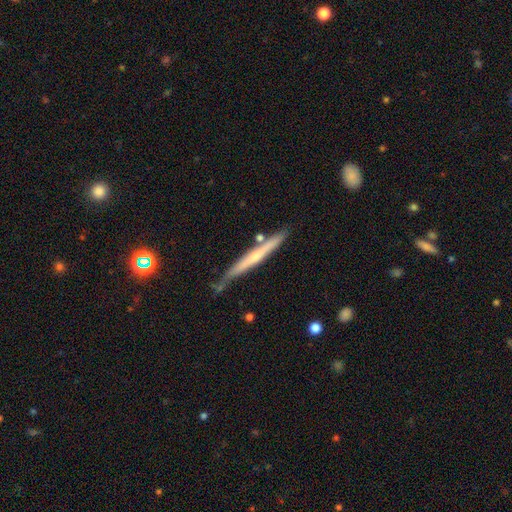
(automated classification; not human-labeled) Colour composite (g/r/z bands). It shows a featured or disk galaxy (56%) viewed edge-on (96%) with no central bulge (51%). Merging: none (73%).